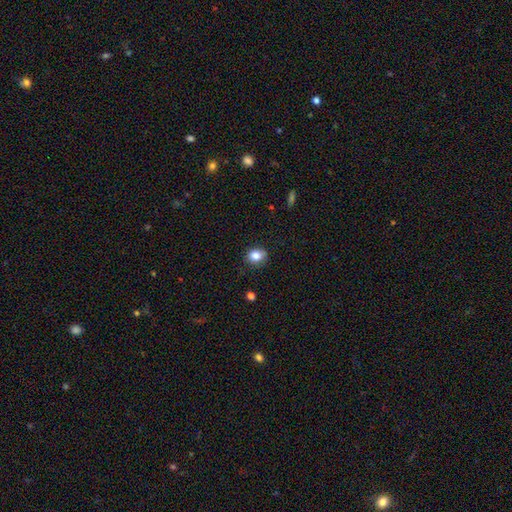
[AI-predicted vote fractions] Morphology: type=smooth (84%); roundness=round (52%); merging=none (82%).